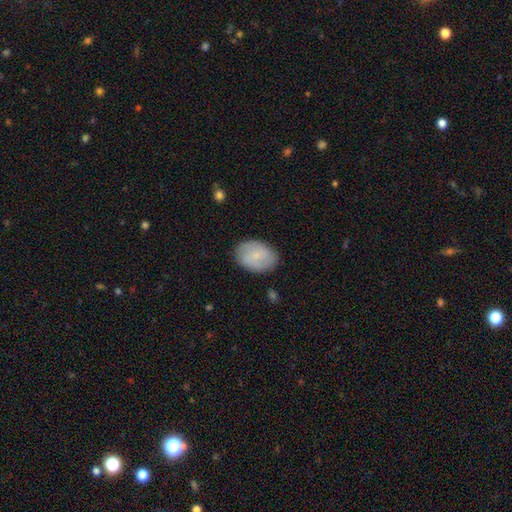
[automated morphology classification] Overall: smooth (69%). How rounded: in between (79%). Merging: none (83%).